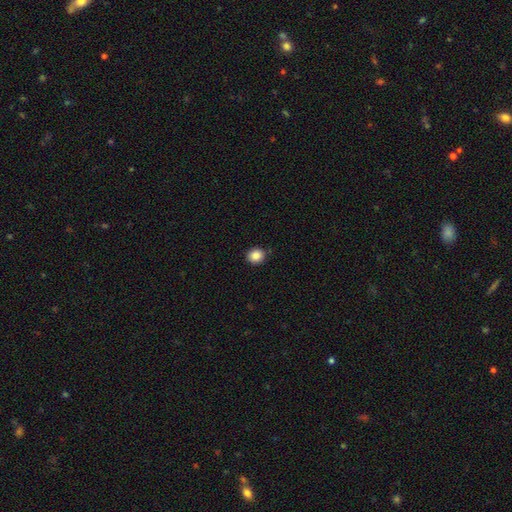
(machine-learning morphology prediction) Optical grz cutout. It shows a smooth galaxy with no disk features (87%) that is round (84%). Merging: none (88%).